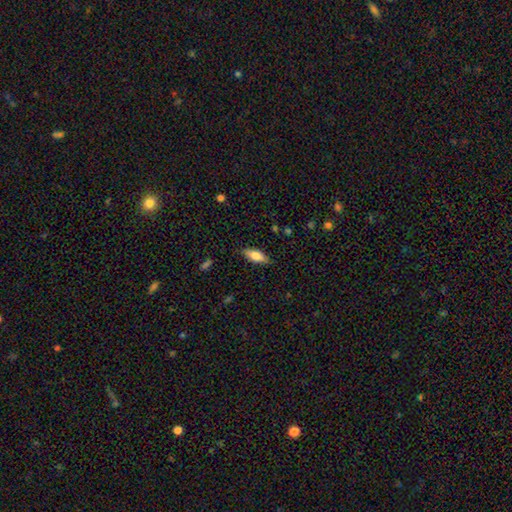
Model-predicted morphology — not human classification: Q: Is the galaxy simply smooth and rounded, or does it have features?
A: smooth — 74%.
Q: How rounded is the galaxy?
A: in between — 73%.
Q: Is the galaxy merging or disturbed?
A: none — 86%.